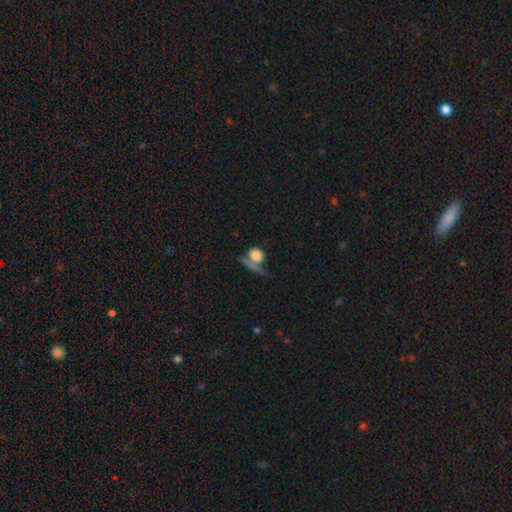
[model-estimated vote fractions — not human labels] A smooth galaxy with no disk features (76%) that is round (75%).

Vote fractions:
- Smooth or featured? smooth: 76% / featured or disk: 13% / star or artifact: 11%
- How rounded? round: 75% / in between: 20% / cigar-shaped: 5%
- Merging? none: 45% / merger: 28% / minor disturbance: 13% / major disturbance: 13%